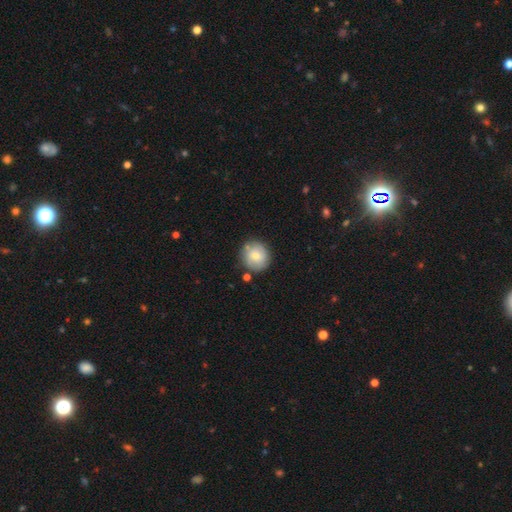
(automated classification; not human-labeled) The model was most divided on "smooth or featured": smooth: 73%, featured or disk: 19%, star or artifact: 8%. More confident: how rounded — round (91%); merging — none (79%).